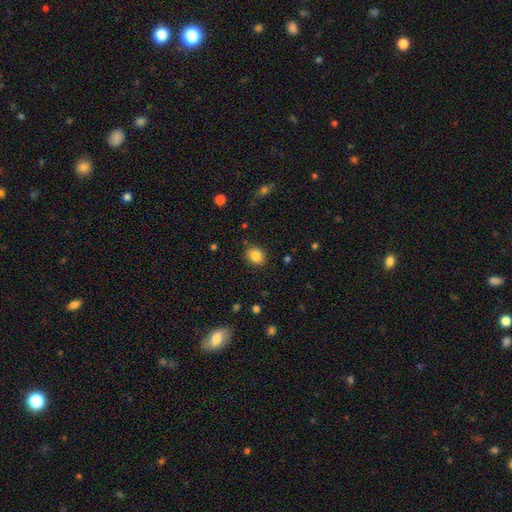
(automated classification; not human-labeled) Smooth or featured: smooth — 84% (star or artifact — 10%)
How rounded: round — 63% (in between — 36%)
Merging: none — 87% (minor disturbance — 9%)